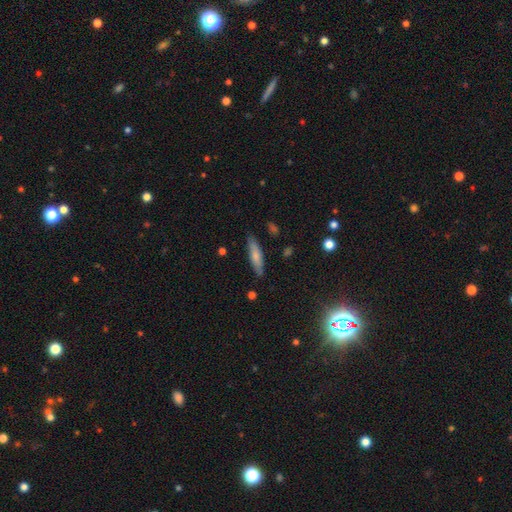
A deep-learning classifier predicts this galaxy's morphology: Smooth or featured?
  - smooth: 70% *
  - featured or disk: 24%
  - star or artifact: 6%
How rounded?
  - cigar-shaped: 74% *
  - in between: 24%
  - round: 2%
Merging?
  - none: 85% *
  - minor disturbance: 11%
  - major disturbance: 2%
  - merger: 2%